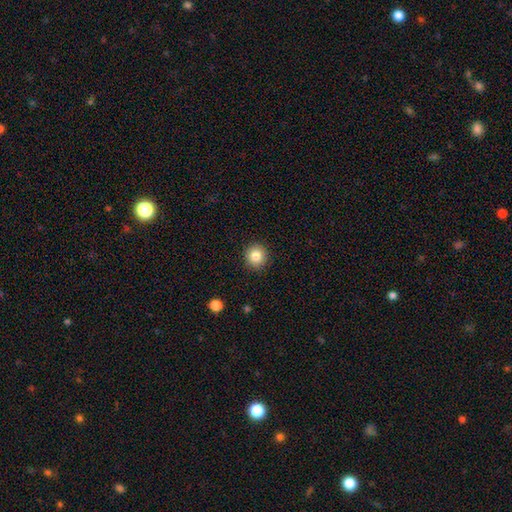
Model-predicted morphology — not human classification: smooth_or_featured: smooth (p=0.83) [alt: star or artifact p=0.10]
how_rounded: round (p=0.93) [alt: in between p=0.06]
merging: none (p=0.91) [alt: minor disturbance p=0.06]